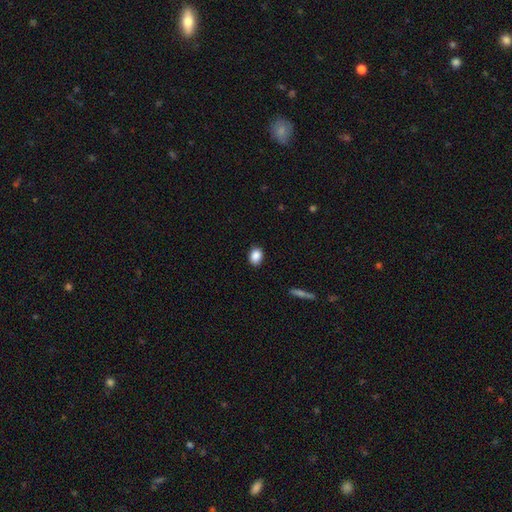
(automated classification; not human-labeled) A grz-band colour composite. It shows a smooth galaxy with no disk features (88%) that is in between round and cigar-shaped (68%). Merging: none (87%).